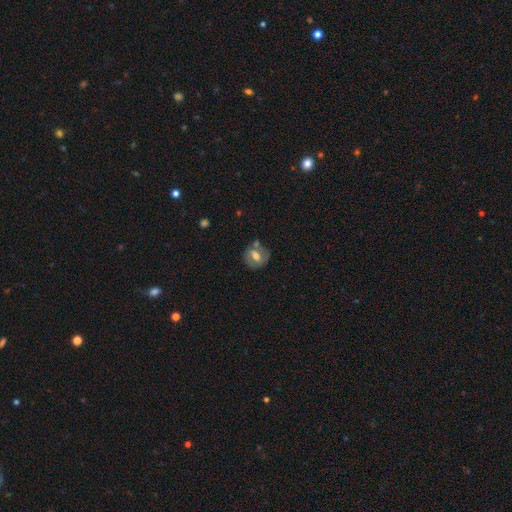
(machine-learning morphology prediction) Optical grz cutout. It shows a featured or disk galaxy (48%). Merging: none (60%).